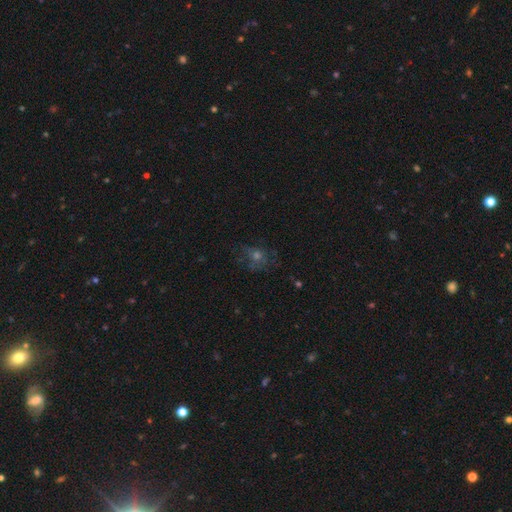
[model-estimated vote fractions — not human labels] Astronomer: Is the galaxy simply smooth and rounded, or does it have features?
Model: smooth — 36% (runner-up: featured or disk, 32%).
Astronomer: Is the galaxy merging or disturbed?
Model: none — 63%.